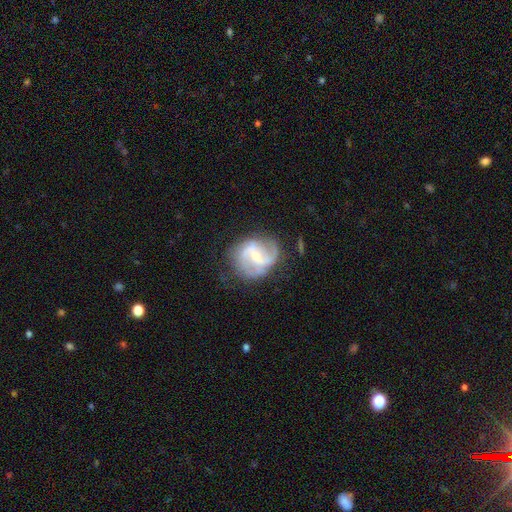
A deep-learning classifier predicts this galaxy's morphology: smooth_or_featured: featured or disk (p=0.82) [alt: smooth p=0.12]
disk_edge_on: no (p=0.98) [alt: yes p=0.02]
bar: weak (p=0.49) [alt: no p=0.26]
has_spiral_arms: yes (p=0.92) [alt: no p=0.08]
spiral_winding: medium (p=0.46) [alt: loose p=0.36]
spiral_arm_count: 2 (p=0.75) [alt: can't tell p=0.10]
bulge_size: small (p=0.53) [alt: moderate p=0.42]
merging: none (p=0.64) [alt: minor disturbance p=0.21]